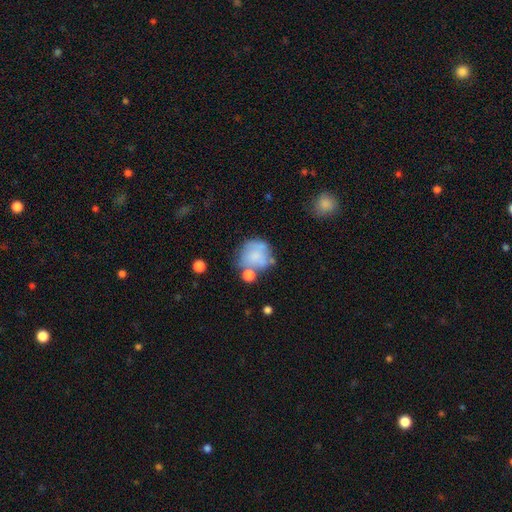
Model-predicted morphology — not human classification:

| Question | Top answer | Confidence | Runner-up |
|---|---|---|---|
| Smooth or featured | smooth | 66% | featured or disk (25%) |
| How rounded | round | 80% | in between (19%) |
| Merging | none | 43% | minor disturbance (23%) |